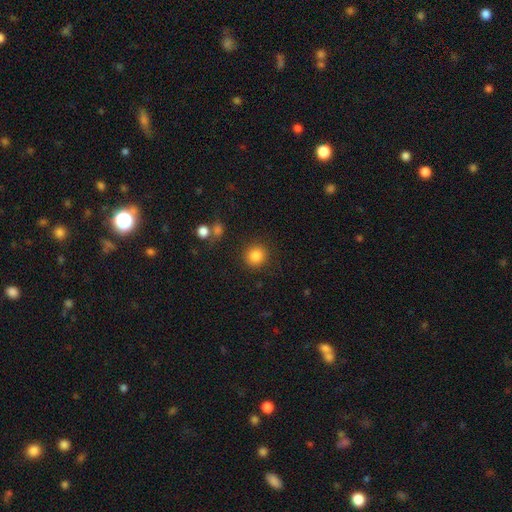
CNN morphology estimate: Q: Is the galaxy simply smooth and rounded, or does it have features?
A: smooth — 85%.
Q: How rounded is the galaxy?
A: round — 89%.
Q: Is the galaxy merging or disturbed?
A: none — 87%.